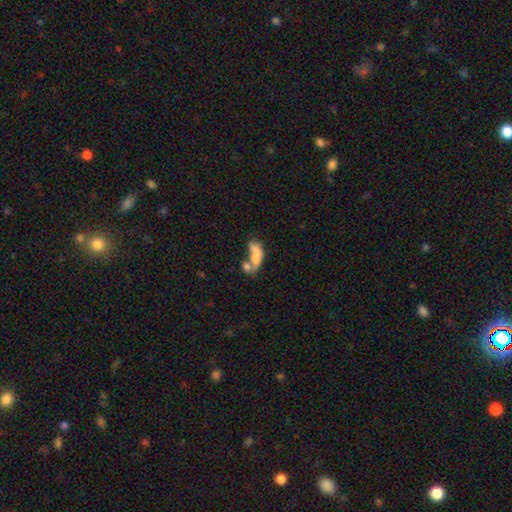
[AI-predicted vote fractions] Morphology: type=smooth (60%); roundness=in between (78%); merging=merger (58%).